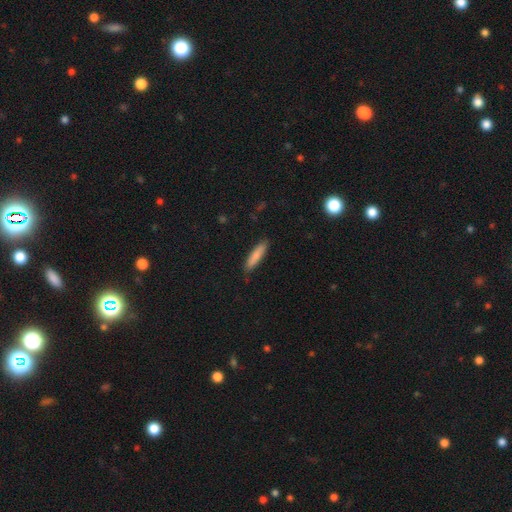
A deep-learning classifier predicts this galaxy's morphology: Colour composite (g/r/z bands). It shows a smooth galaxy with no disk features (81%) that is cigar-shaped (80%). Merging: none (85%).